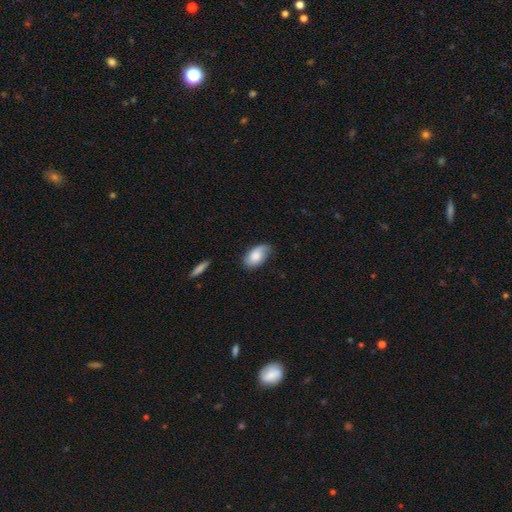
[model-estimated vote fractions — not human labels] Morphology: type=smooth (75%); roundness=in between (93%); merging=none (62%).